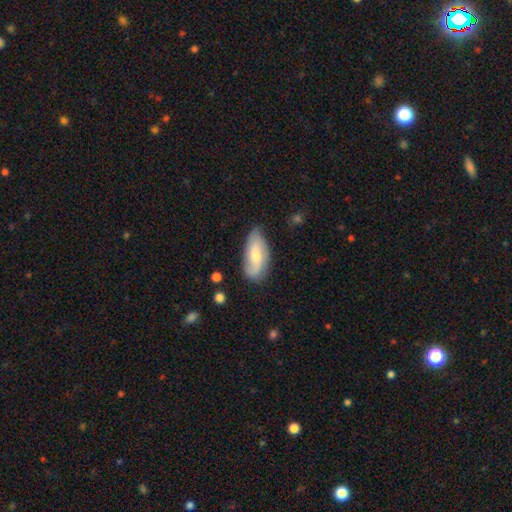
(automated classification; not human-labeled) Smooth or featured?
  - smooth: 53% *
  - featured or disk: 41%
  - star or artifact: 6%
How rounded?
  - in between: 86% *
  - cigar-shaped: 11%
  - round: 3%
Merging?
  - none: 69% *
  - minor disturbance: 24%
  - major disturbance: 5%
  - merger: 2%